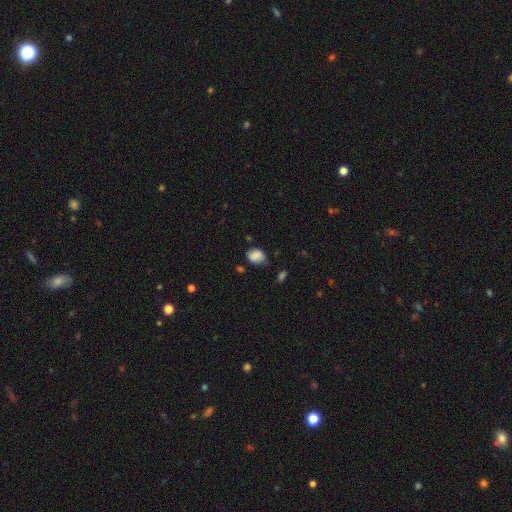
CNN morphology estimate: Q: Smooth or featured?
A: smooth (81%); runner-up: star or artifact (10%)
Q: How rounded?
A: in between (60%); runner-up: round (39%)
Q: Merging?
A: none (56%); runner-up: minor disturbance (31%)